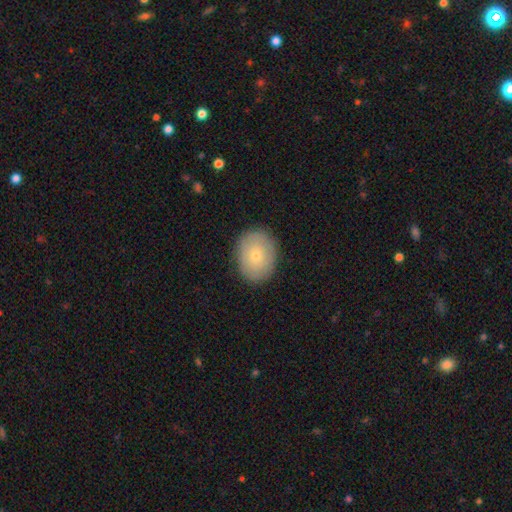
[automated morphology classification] A smooth galaxy with no disk features (70%) that is in between round and cigar-shaped (57%).

Vote fractions:
- Smooth or featured? smooth: 70% / featured or disk: 23% / star or artifact: 7%
- How rounded? in between: 57% / round: 42% / cigar-shaped: 1%
- Merging? none: 86% / minor disturbance: 10% / major disturbance: 3% / merger: 1%